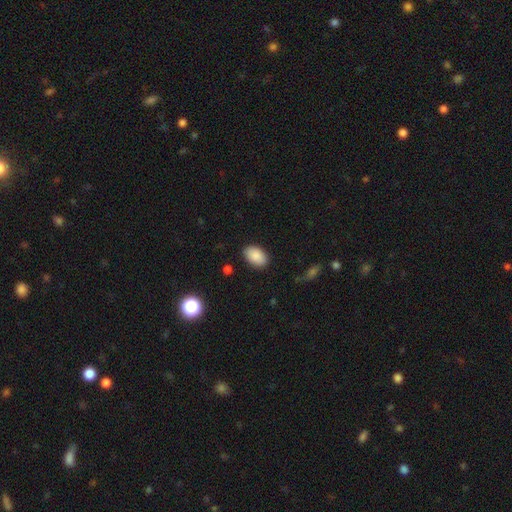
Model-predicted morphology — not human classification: smooth 89%, star or artifact 7%, featured or disk 4%. Down the decision tree: how rounded — in between (91%); merging — none (87%).